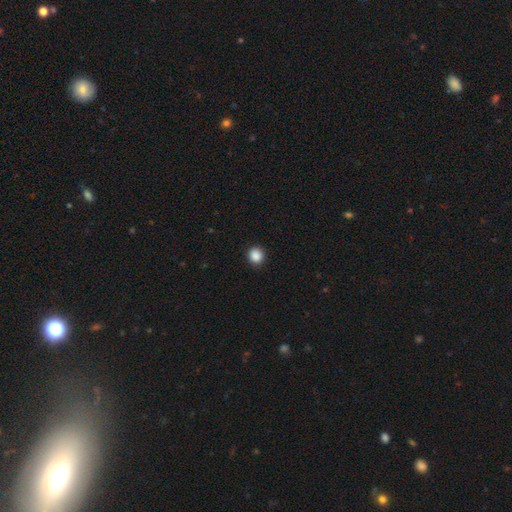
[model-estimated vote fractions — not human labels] A smooth galaxy with no disk features (88%) that is round (89%). Merging: none (91%).